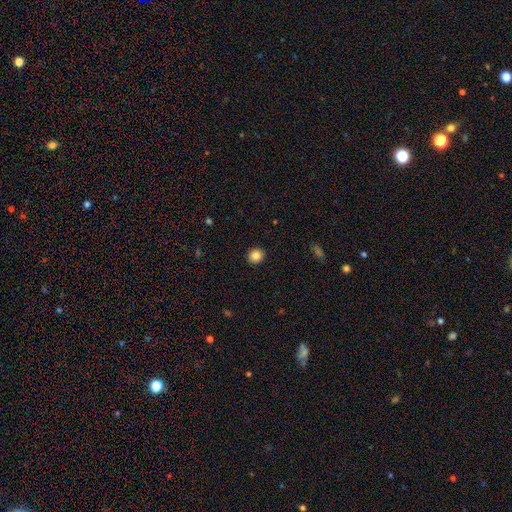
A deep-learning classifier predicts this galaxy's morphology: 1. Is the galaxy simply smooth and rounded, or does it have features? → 85% smooth, 10% star or artifact, 5% featured or disk.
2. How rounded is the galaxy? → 86% round, 13% in between, 1% cigar-shaped.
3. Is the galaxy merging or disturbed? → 92% none, 5% minor disturbance, 2% major disturbance, 1% merger.